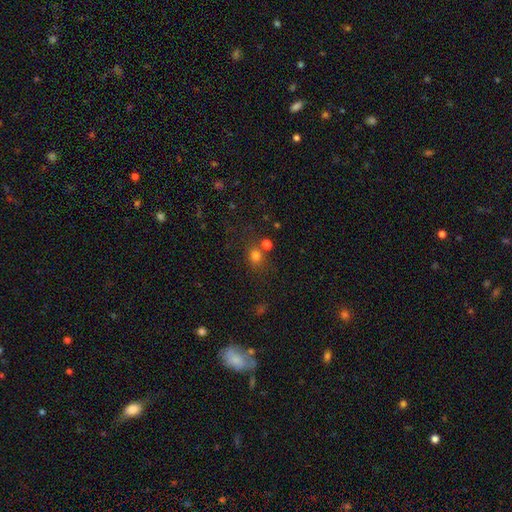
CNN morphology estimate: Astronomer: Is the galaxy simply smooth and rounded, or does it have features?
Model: smooth — 75%.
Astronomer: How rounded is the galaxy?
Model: round — 68%.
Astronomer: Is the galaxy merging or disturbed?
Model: none — 66%.